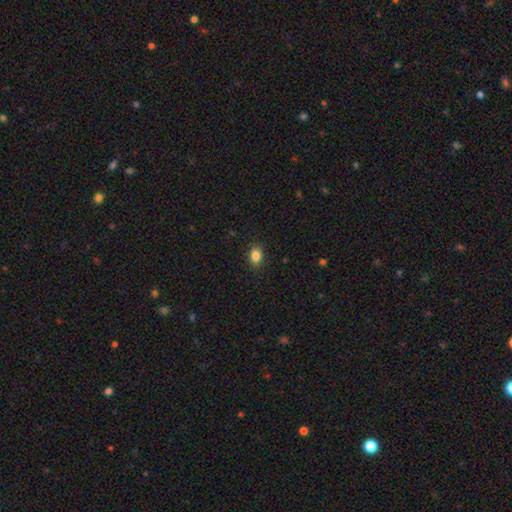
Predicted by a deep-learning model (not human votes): Smooth or featured? smooth (86%)
How rounded? in between (80%)
Merging? none (88%)